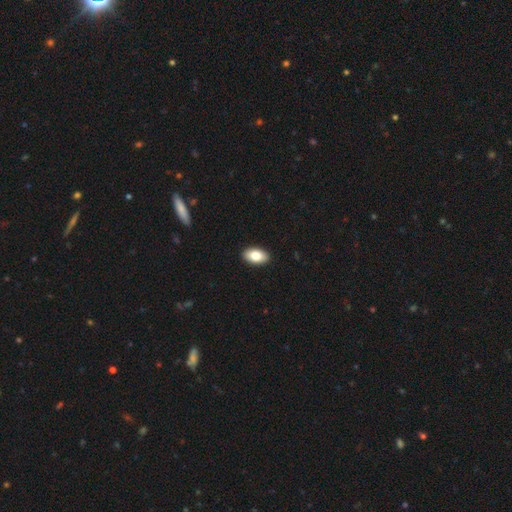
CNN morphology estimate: A smooth galaxy with no disk features (81%) that is in between round and cigar-shaped (94%).

Vote fractions:
- Smooth or featured? smooth: 81% / featured or disk: 12% / star or artifact: 7%
- How rounded? in between: 94% / round: 4% / cigar-shaped: 2%
- Merging? none: 92% / minor disturbance: 6% / major disturbance: 1% / merger: 1%